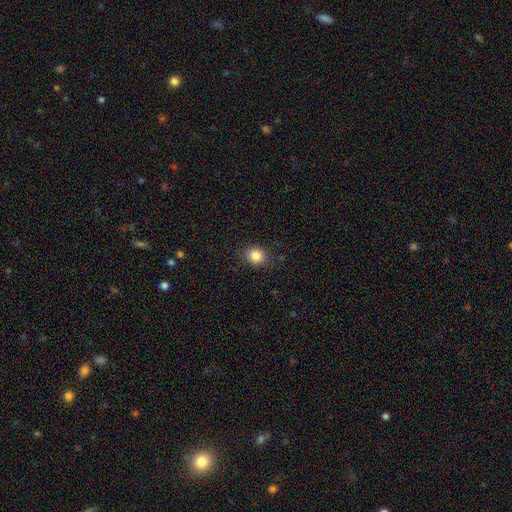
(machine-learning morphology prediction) smooth-or-featured: smooth: 85% | star or artifact: 10% | featured or disk: 5%
  how-rounded: round: 69% | in between: 30% | cigar-shaped: 1%
  merging: none: 87% | minor disturbance: 9% | major disturbance: 3% | merger: 1%